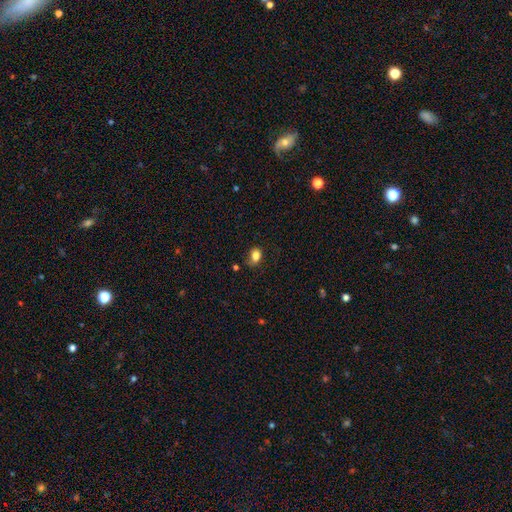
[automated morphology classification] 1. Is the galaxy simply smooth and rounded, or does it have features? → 82% smooth, 11% star or artifact, 6% featured or disk.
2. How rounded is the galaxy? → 67% in between, 32% round, 1% cigar-shaped.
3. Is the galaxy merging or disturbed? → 62% none, 25% minor disturbance, 8% major disturbance, 5% merger.